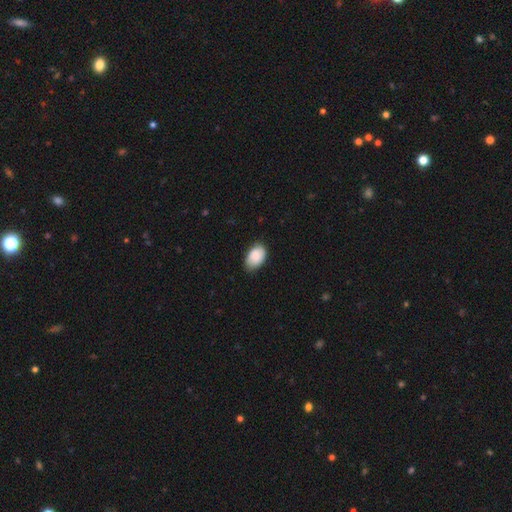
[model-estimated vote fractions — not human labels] smooth-or-featured: smooth: 87% | featured or disk: 7% | star or artifact: 6%
  how-rounded: in between: 90% | round: 9% | cigar-shaped: 1%
  merging: none: 72% | minor disturbance: 24% | major disturbance: 3% | merger: 1%